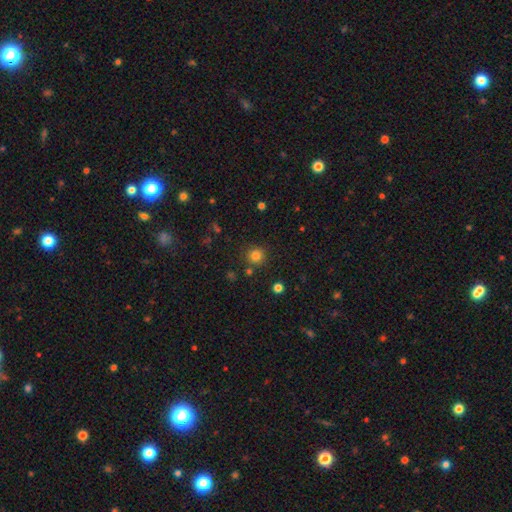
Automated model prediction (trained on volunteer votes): Smooth or featured? Predicted: smooth (p=0.80). How rounded? Predicted: round (p=0.94). Merging? Predicted: none (p=0.84).